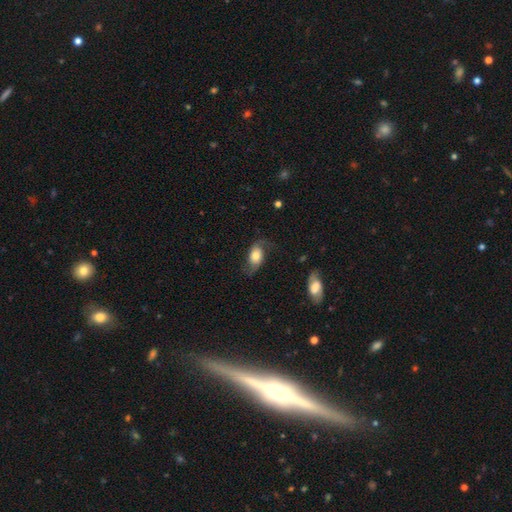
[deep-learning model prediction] featured or disk 49%, smooth 43%, star or artifact 8%. Down the decision tree: merging — none (58%).